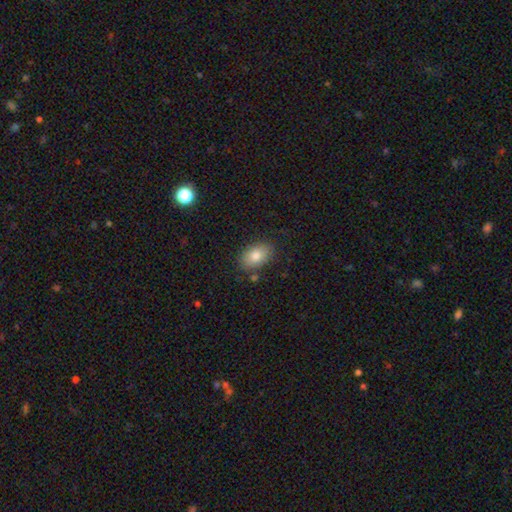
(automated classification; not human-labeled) A smooth galaxy with no disk features (81%) that is in between round and cigar-shaped (88%). Merging: none (83%).